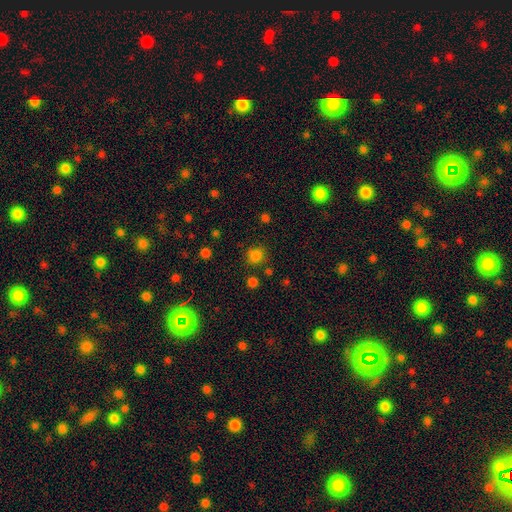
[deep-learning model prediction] Smooth or featured? Predicted: smooth (p=0.80). How rounded? Predicted: round (p=0.83). Merging? Predicted: none (p=0.80).